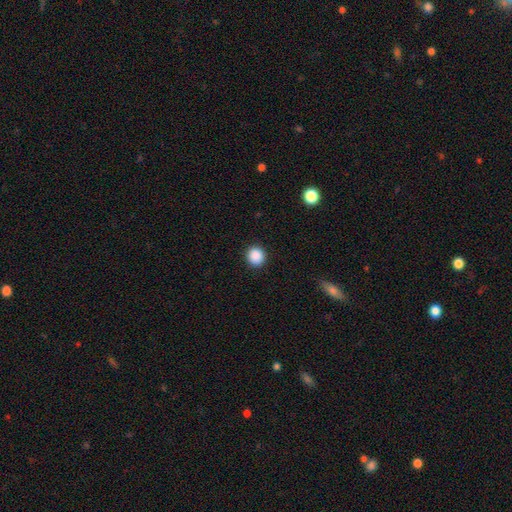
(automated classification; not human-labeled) This is clearly a smooth galaxy (89%). How rounded: clearly round (92%). Merging: clearly none (92%).